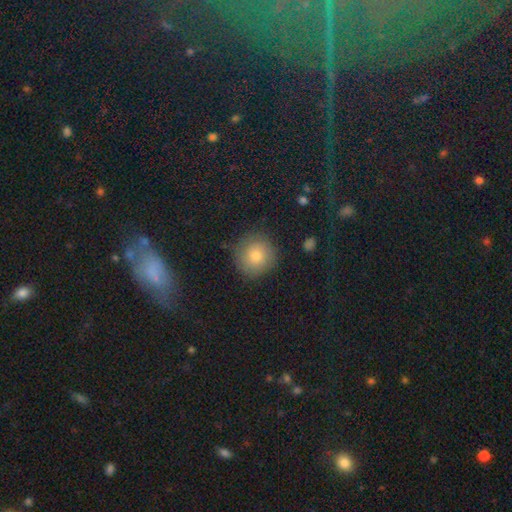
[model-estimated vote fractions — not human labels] A smooth galaxy with no disk features (74%) that is round (92%).

Vote fractions:
- Smooth or featured? smooth: 74% / star or artifact: 14% / featured or disk: 12%
- How rounded? round: 92% / in between: 7% / cigar-shaped: 1%
- Merging? none: 85% / minor disturbance: 10% / major disturbance: 3% / merger: 2%